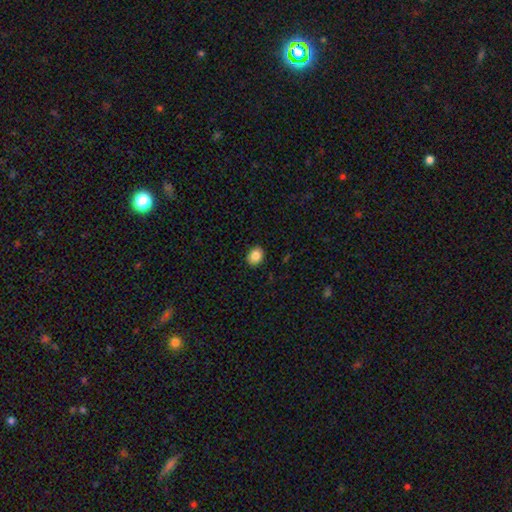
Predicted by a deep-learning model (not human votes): smooth 86%, star or artifact 9%, featured or disk 5%. Down the decision tree: how rounded — round (54%); merging — none (88%).